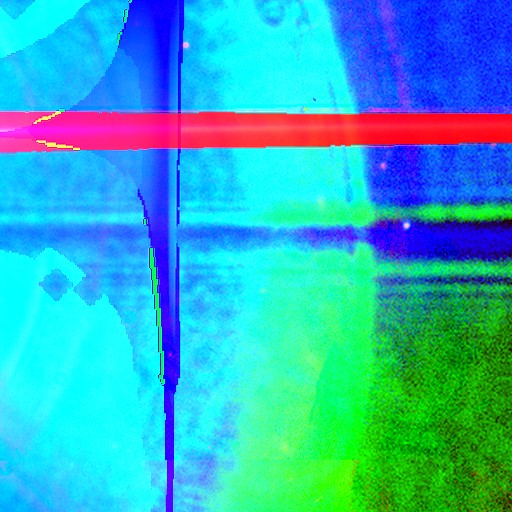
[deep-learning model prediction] Q: Smooth or featured?
A: star or artifact (86%); runner-up: featured or disk (8%)